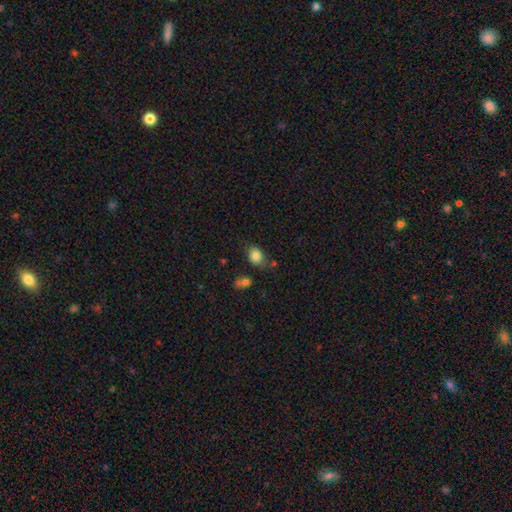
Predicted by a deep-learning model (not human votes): A smooth galaxy with no disk features (84%) that is in between round and cigar-shaped (68%).

Vote fractions:
- Smooth or featured? smooth: 84% / star or artifact: 10% / featured or disk: 6%
- How rounded? in between: 68% / round: 31% / cigar-shaped: 1%
- Merging? none: 68% / minor disturbance: 19% / merger: 8% / major disturbance: 5%